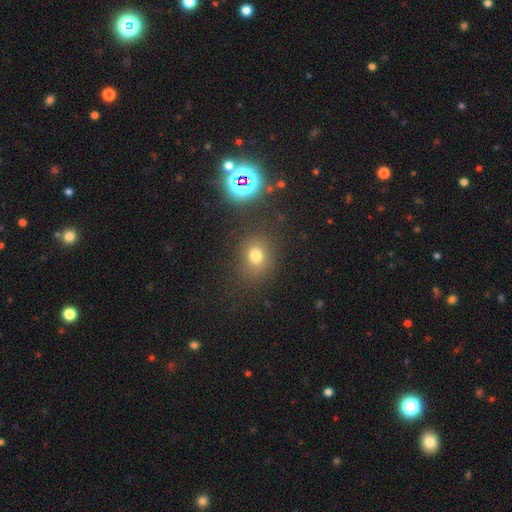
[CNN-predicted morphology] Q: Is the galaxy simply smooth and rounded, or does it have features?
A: smooth — 73%.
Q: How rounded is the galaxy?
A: round — 69%.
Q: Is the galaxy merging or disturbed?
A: none — 76%.